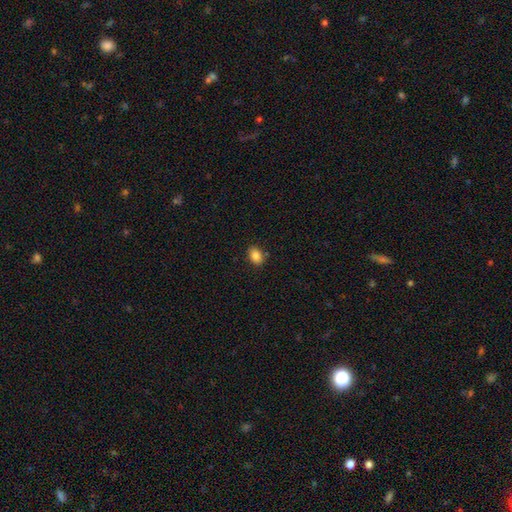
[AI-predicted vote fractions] A smooth galaxy with no disk features (85%) that is in between round and cigar-shaped (77%). Merging: none (84%).